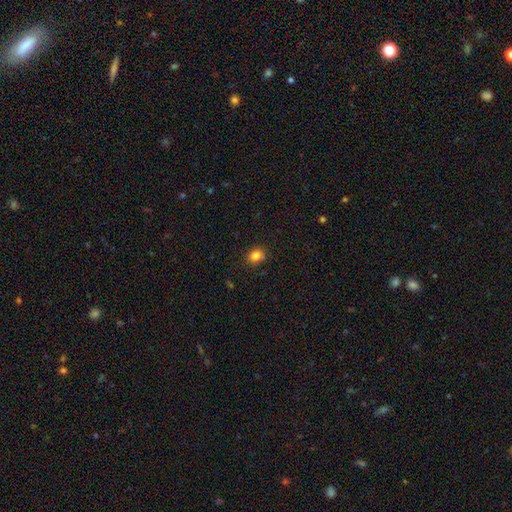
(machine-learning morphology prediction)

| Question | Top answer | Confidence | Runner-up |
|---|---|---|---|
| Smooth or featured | smooth | 84% | star or artifact (11%) |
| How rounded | round | 67% | in between (32%) |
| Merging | none | 88% | minor disturbance (9%) |